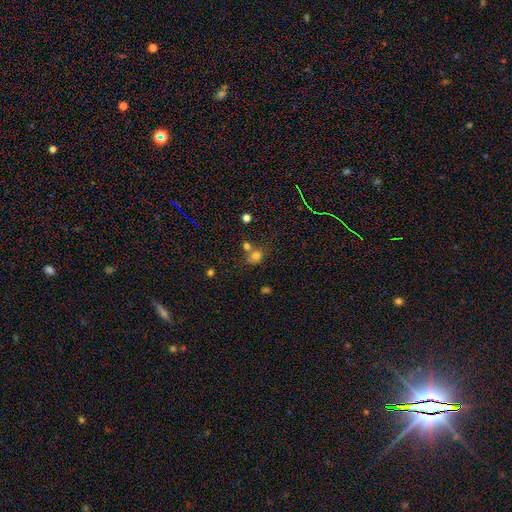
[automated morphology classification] The model was most divided on "merging": none: 46%, merger: 37%, minor disturbance: 12%, major disturbance: 5%. More confident: smooth or featured — smooth (74%); how rounded — round (67%).